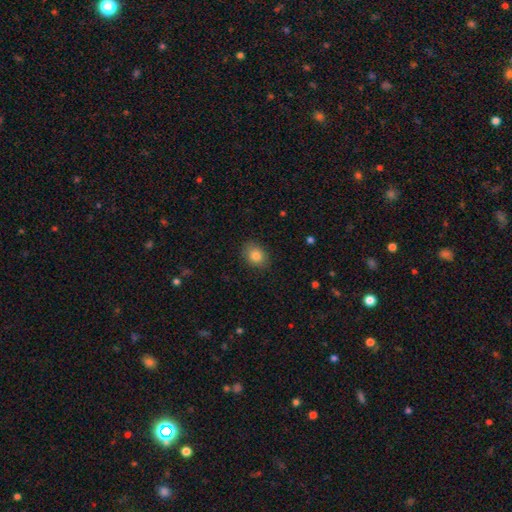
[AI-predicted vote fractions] smooth 83%, star or artifact 10%, featured or disk 8%. Down the decision tree: how rounded — in between (61%); merging — none (85%).